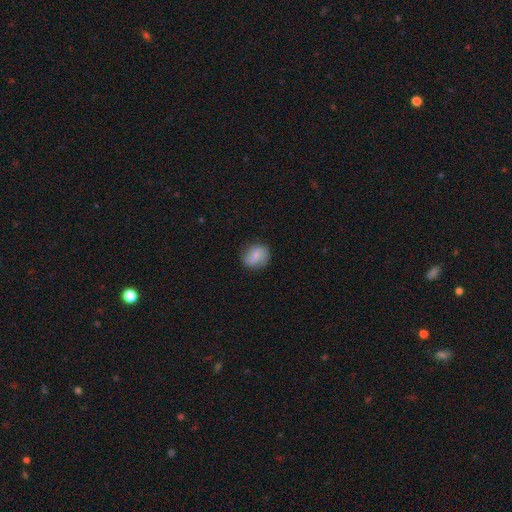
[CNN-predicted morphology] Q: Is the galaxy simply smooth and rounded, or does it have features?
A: smooth — 72%.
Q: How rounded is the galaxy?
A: round — 61%.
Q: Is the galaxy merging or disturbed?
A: none — 75%.